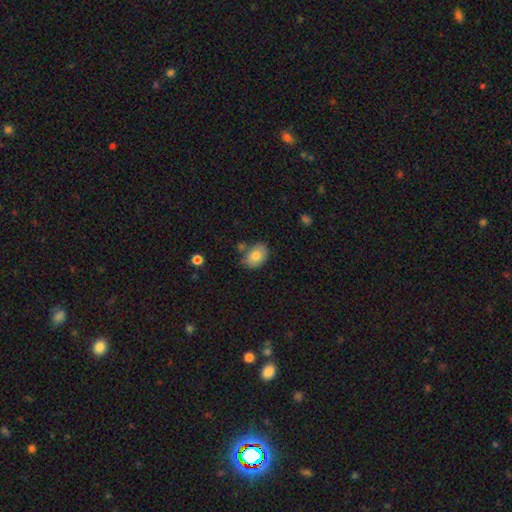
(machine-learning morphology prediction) A smooth galaxy with no disk features (77%) that is in between round and cigar-shaped (75%).

Vote fractions:
- Smooth or featured? smooth: 77% / featured or disk: 15% / star or artifact: 8%
- How rounded? in between: 75% / round: 24% / cigar-shaped: 1%
- Merging? none: 68% / minor disturbance: 20% / merger: 8% / major disturbance: 4%